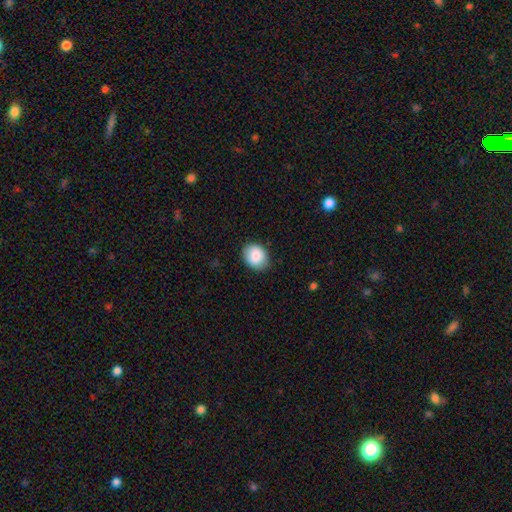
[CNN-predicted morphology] smooth_or_featured: smooth (p=0.86) [alt: star or artifact p=0.08]
how_rounded: in between (p=0.50) [alt: round p=0.49]
merging: none (p=0.84) [alt: minor disturbance p=0.12]